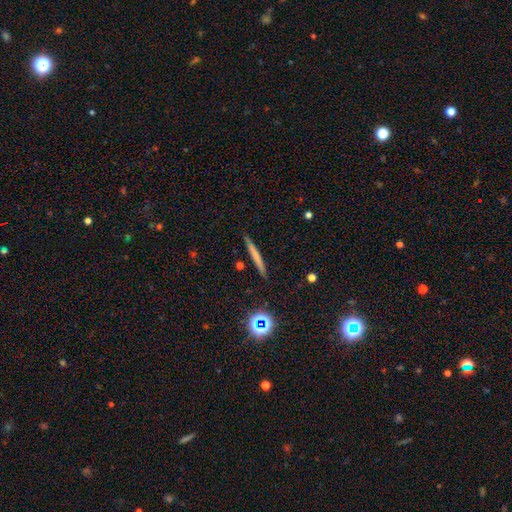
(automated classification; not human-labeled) Q: Smooth or featured?
A: smooth (61%); runner-up: featured or disk (29%)
Q: How rounded?
A: cigar-shaped (95%); runner-up: in between (3%)
Q: Merging?
A: none (88%); runner-up: minor disturbance (8%)